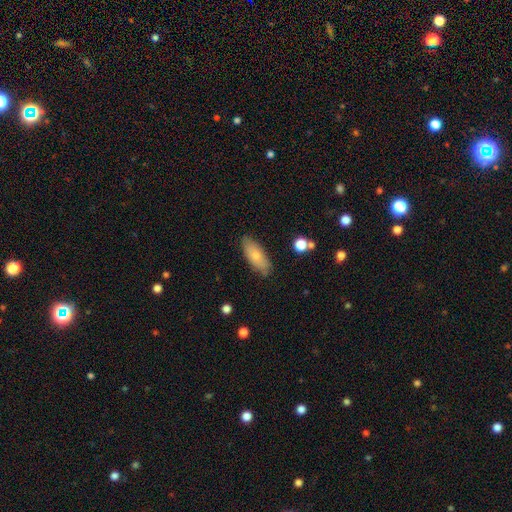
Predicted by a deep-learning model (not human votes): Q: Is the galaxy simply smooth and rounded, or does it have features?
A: smooth — 74%.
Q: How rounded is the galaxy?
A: in between — 76%.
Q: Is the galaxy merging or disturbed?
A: none — 82%.